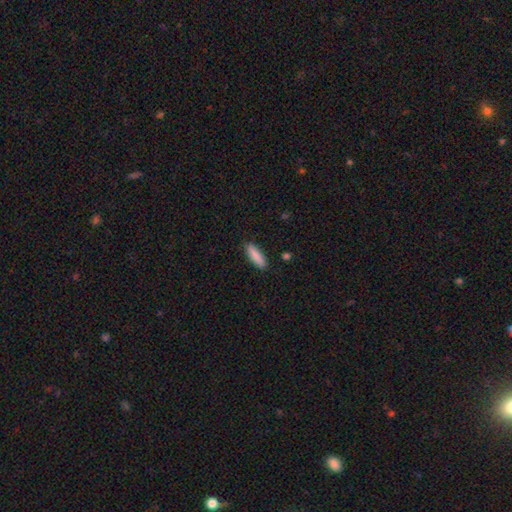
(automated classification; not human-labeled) Smooth or featured? smooth (88%)
How rounded? cigar-shaped (57%)
Merging? none (88%)